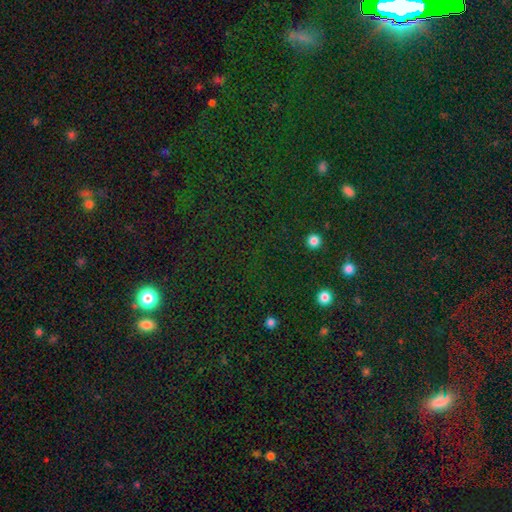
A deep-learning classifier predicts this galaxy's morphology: This is likely a star or artifact rather than a galaxy (74%).